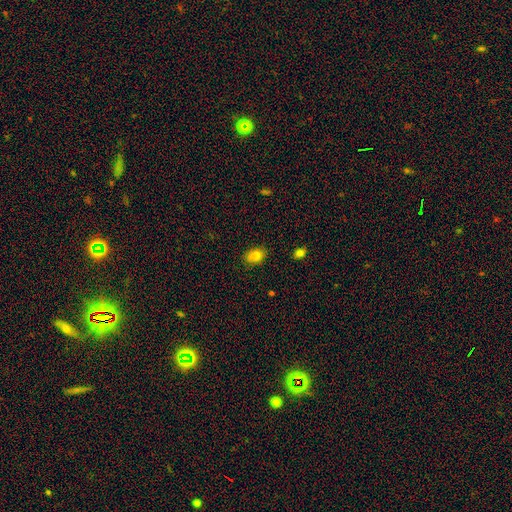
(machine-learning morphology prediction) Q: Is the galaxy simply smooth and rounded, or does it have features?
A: smooth — 83%.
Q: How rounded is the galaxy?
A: in between — 74%.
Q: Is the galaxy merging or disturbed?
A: none — 85%.